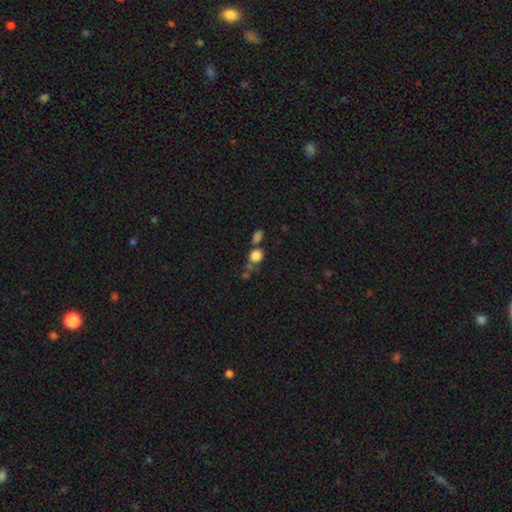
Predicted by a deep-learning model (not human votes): This is clearly a smooth galaxy (81%). How rounded: likely round (66%). Merging: possibly none (53%).